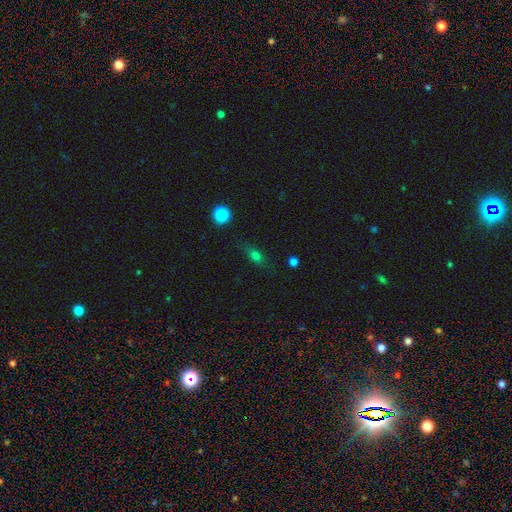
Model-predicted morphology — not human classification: A smooth galaxy with no disk features (70%) that is in between round and cigar-shaped (65%).

Vote fractions:
- Smooth or featured? smooth: 70% / featured or disk: 15% / star or artifact: 15%
- How rounded? in between: 65% / round: 19% / cigar-shaped: 17%
- Merging? none: 76% / minor disturbance: 16% / major disturbance: 5% / merger: 2%